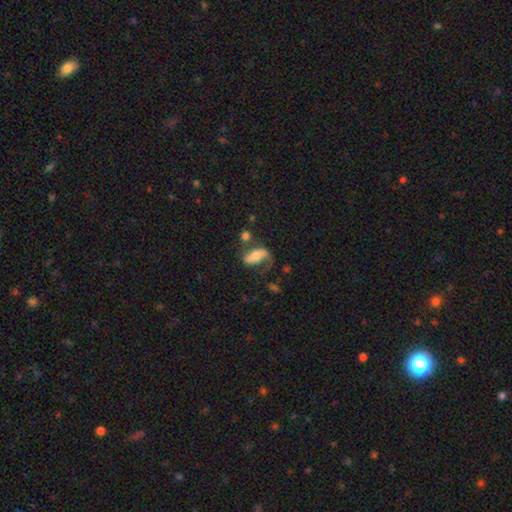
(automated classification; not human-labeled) smooth_or_featured: featured or disk (p=0.57) [alt: smooth p=0.35]
disk_edge_on: no (p=0.89) [alt: yes p=0.11]
bar: no (p=0.38) [alt: strong p=0.35]
has_spiral_arms: yes (p=0.76) [alt: no p=0.24]
bulge_size: moderate (p=0.51) [alt: small p=0.28]
merging: none (p=0.39) [alt: major disturbance p=0.29]